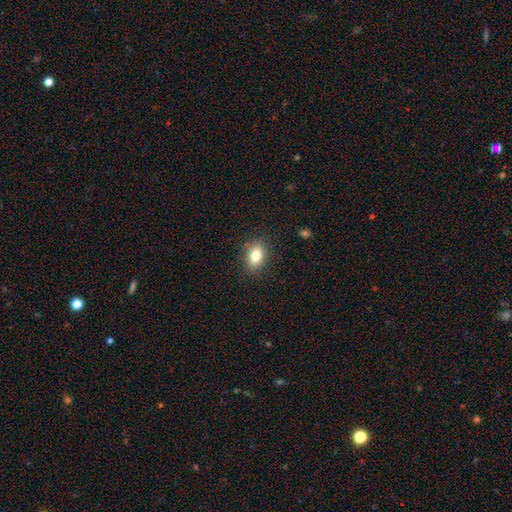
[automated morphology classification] A smooth galaxy with no disk features (81%) that is in between round and cigar-shaped (77%).

Vote fractions:
- Smooth or featured? smooth: 81% / featured or disk: 10% / star or artifact: 9%
- How rounded? in between: 77% / round: 21% / cigar-shaped: 2%
- Merging? none: 86% / minor disturbance: 10% / major disturbance: 3% / merger: 1%